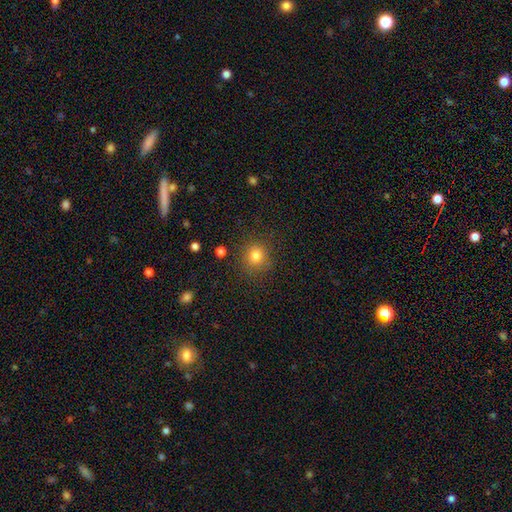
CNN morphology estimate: smooth 81%, star or artifact 13%, featured or disk 6%. Down the decision tree: how rounded — round (88%); merging — none (85%).